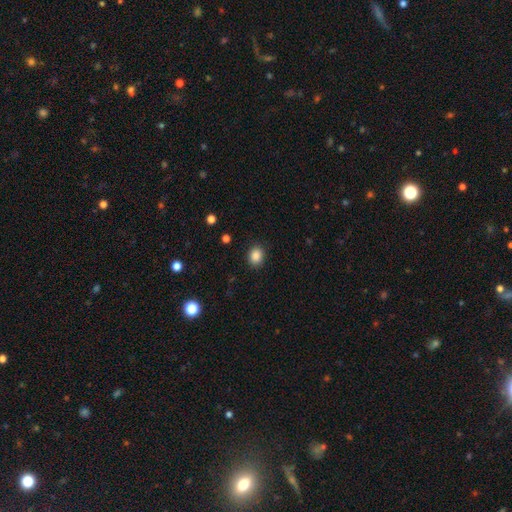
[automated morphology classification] This is clearly a smooth galaxy (87%). How rounded: possibly round (56%). Merging: clearly none (88%).